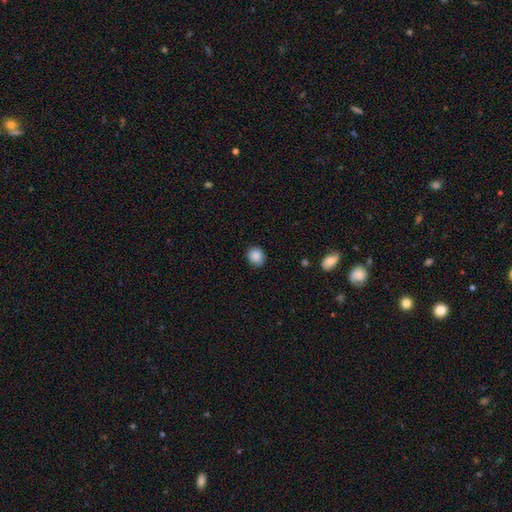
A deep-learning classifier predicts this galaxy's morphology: The model was most divided on "how rounded": round: 75%, in between: 24%, cigar-shaped: 1%. More confident: smooth or featured — smooth (88%); merging — none (85%).